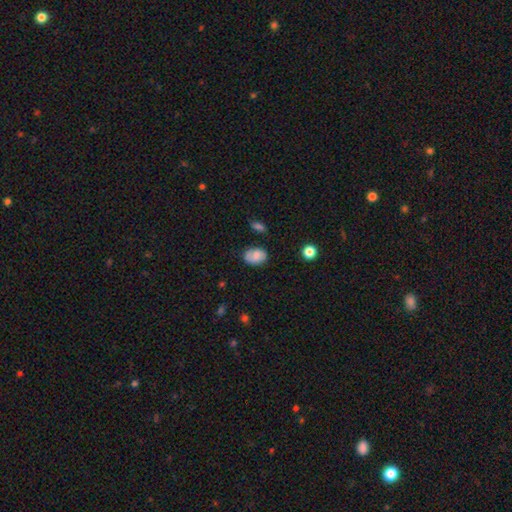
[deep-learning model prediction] The model was most divided on "merging": none: 69%, minor disturbance: 22%, major disturbance: 6%, merger: 4%. More confident: how rounded — in between (75%); smooth or featured — smooth (72%).